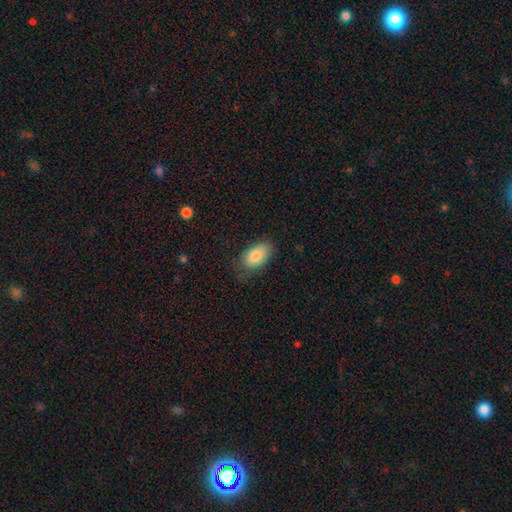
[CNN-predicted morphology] Overall: smooth (86%). How rounded: in between (93%). Merging: none (70%).